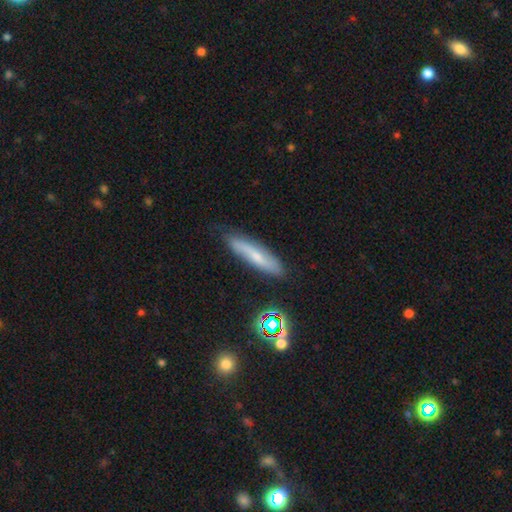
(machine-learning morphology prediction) type=smooth (48%); merging=none (76%).